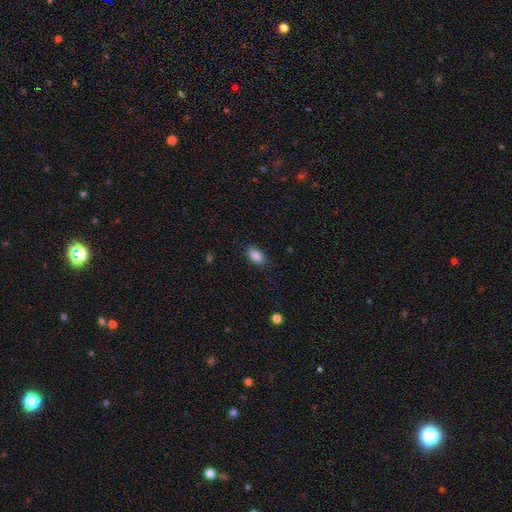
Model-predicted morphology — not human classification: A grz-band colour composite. It shows a smooth galaxy with no disk features (87%) that is in between round and cigar-shaped (90%). Merging: none (83%).